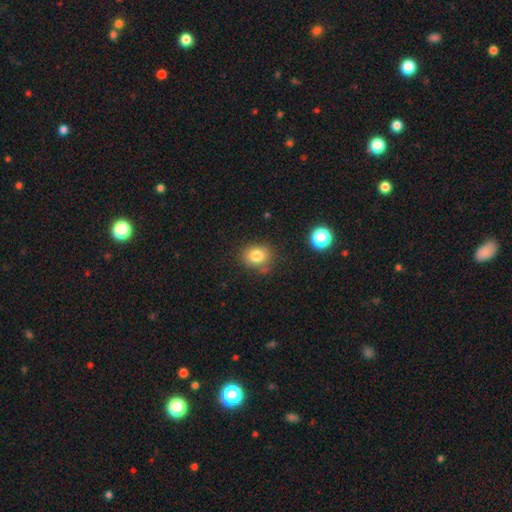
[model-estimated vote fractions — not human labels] This is clearly a smooth galaxy (81%). How rounded: likely round (64%). Merging: likely none (77%).